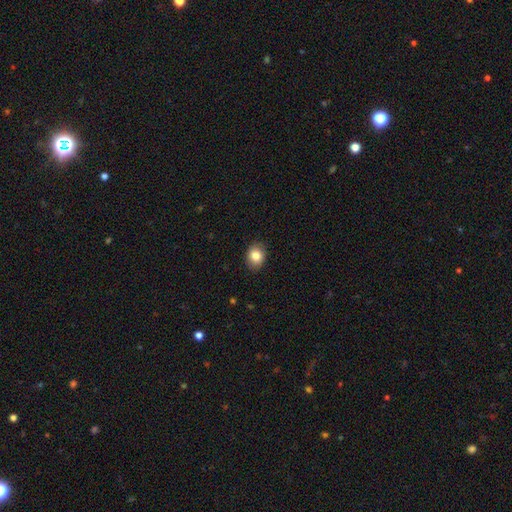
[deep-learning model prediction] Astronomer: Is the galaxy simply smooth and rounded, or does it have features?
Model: smooth — 83%.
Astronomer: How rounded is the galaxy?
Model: in between — 52% (runner-up: round, 47%).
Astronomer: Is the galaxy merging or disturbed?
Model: none — 87%.